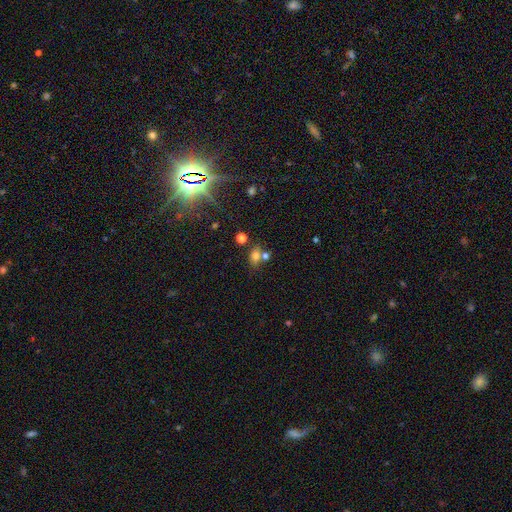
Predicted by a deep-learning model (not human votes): This is likely a smooth galaxy (71%). How rounded: likely in between (68%). Merging: possibly none (55%).